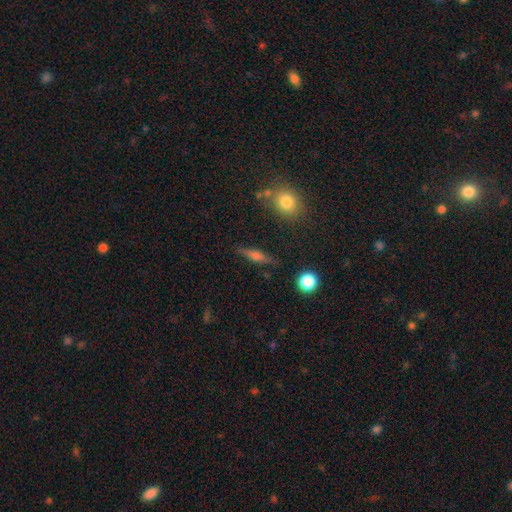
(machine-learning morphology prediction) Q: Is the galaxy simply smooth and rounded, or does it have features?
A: featured or disk — 57%.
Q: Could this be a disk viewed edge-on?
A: yes — 94%.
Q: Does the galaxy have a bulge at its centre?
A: rounded — 85%.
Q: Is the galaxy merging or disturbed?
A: none — 86%.